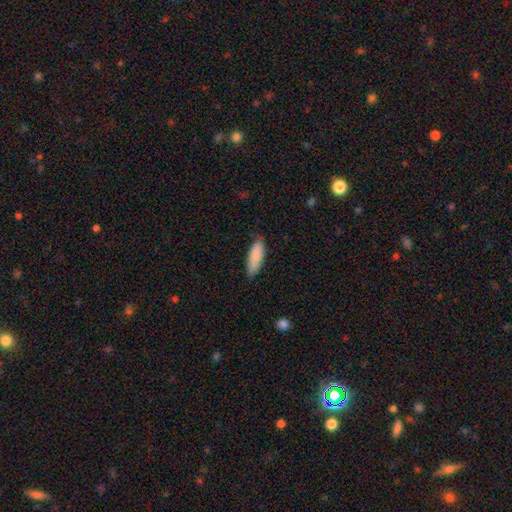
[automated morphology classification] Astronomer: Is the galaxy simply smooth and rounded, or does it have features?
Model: smooth — 87%.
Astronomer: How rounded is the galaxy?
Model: in between — 60% (runner-up: cigar-shaped, 39%).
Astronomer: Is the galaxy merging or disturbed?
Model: none — 77%.